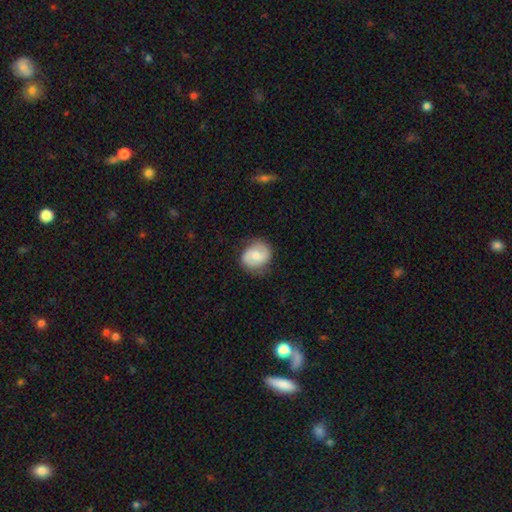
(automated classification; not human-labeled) This appears to be a featured or disk galaxy (53%) with no bar (47%), spiral arms (88%) and a moderate central bulge (53%). Merging: none (77%).